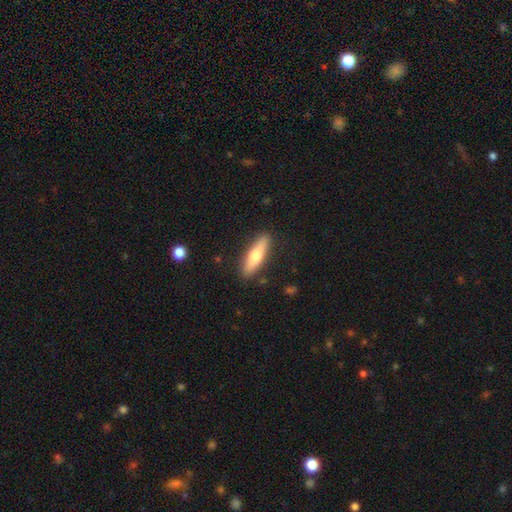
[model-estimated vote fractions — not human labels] Smooth or featured?
  - smooth: 68% *
  - featured or disk: 27%
  - star or artifact: 5%
How rounded?
  - cigar-shaped: 68% *
  - in between: 30%
  - round: 2%
Merging?
  - none: 88% *
  - minor disturbance: 9%
  - major disturbance: 2%
  - merger: 1%